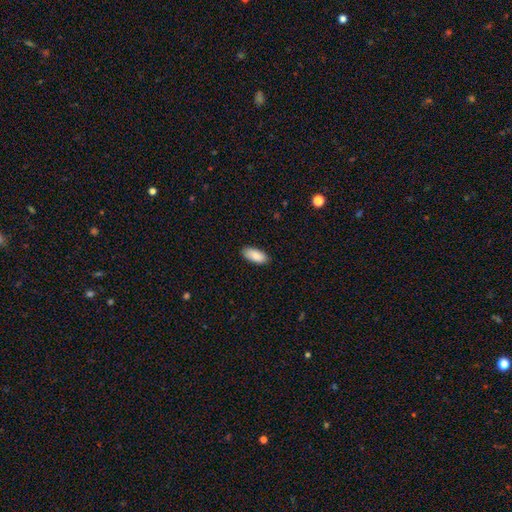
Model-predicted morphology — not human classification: Smooth or featured: smooth — 88% (star or artifact — 6%)
How rounded: in between — 90% (cigar-shaped — 8%)
Merging: none — 88% (minor disturbance — 9%)